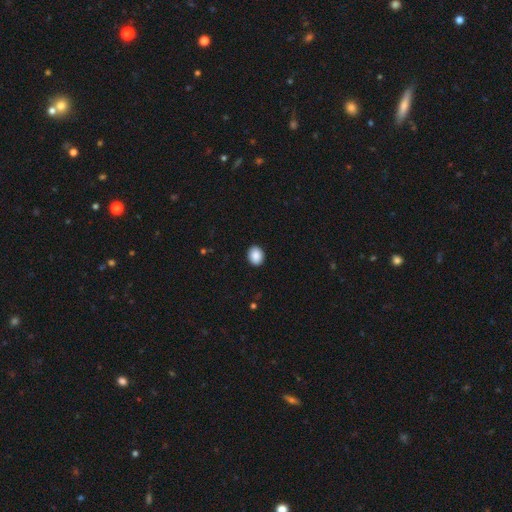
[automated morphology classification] smooth 89%, star or artifact 8%, featured or disk 3%. Down the decision tree: how rounded — round (52%); merging — none (91%).